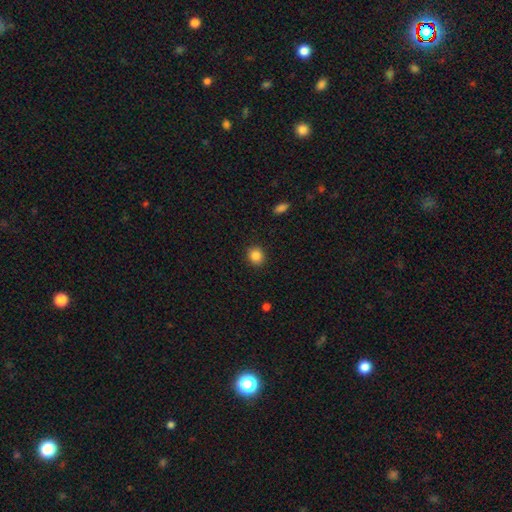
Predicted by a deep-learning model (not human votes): This is clearly a smooth galaxy (86%). How rounded: likely round (79%). Merging: clearly none (91%).